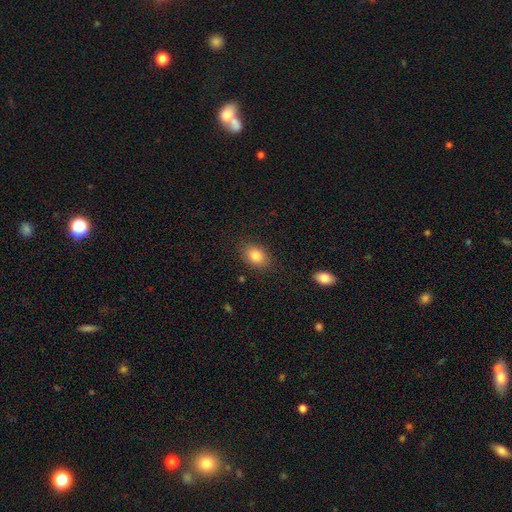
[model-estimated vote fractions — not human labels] A smooth galaxy with no disk features (84%) that is in between round and cigar-shaped (79%).

Vote fractions:
- Smooth or featured? smooth: 84% / star or artifact: 9% / featured or disk: 8%
- How rounded? in between: 79% / round: 20% / cigar-shaped: 1%
- Merging? none: 85% / minor disturbance: 11% / major disturbance: 3% / merger: 1%